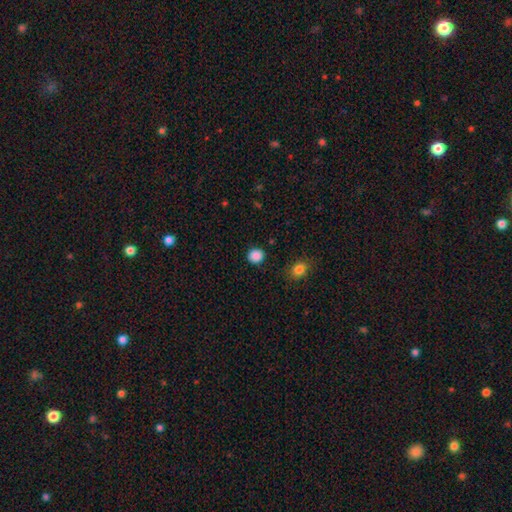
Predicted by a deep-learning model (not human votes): Overall: smooth (88%). How rounded: round (84%). Merging: none (90%).